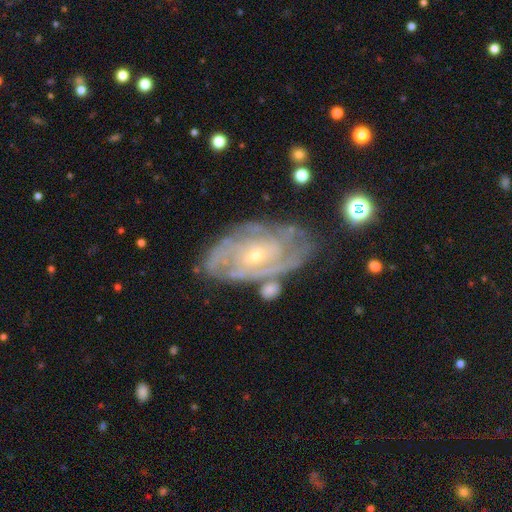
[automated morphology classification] A featured or disk galaxy (84%) with no bar (68%), tight (70%) spiral arms (92%) and a small central bulge (74%). Merging: none (69%).